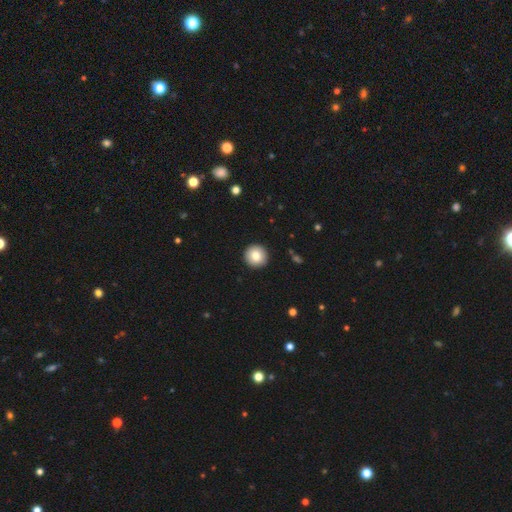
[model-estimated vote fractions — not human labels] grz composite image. It shows a smooth galaxy with no disk features (82%) that is round (96%). Merging: none (93%).